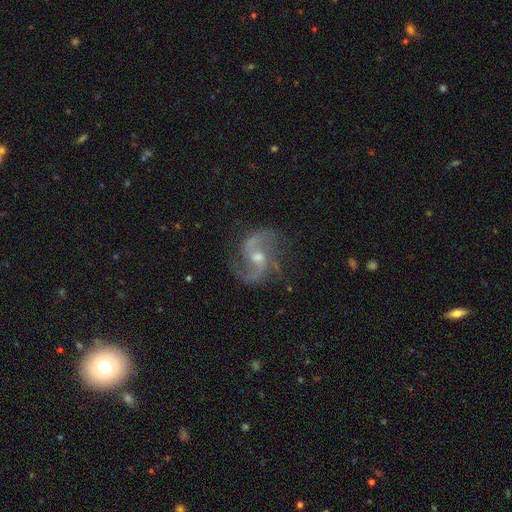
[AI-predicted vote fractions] A featured or disk galaxy (90%) with no bar (45%), 2 (90%) medium (47%) spiral arms (98%) and a moderate central bulge (55%). Merging: none (79%).